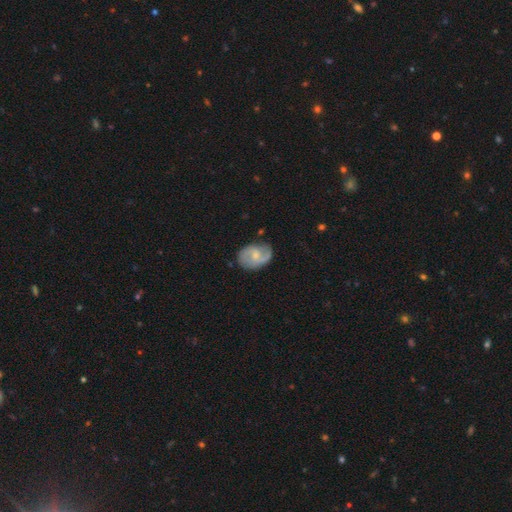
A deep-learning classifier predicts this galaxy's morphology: Smooth or featured? Predicted: featured or disk (p=0.72). Edge-on disk? Predicted: no (p=0.97). Bar? Predicted: no (p=0.51). Spiral arms? Predicted: yes (p=0.91). Spiral winding? Predicted: medium (p=0.48). Spiral arm count? Predicted: 2 (p=0.80). Bulge size? Predicted: small (p=0.56). Merging? Predicted: none (p=0.72).